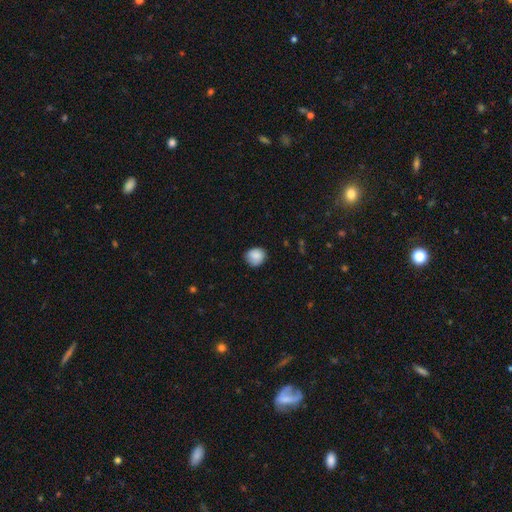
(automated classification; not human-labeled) Smooth or featured?
  - smooth: 86% *
  - star or artifact: 8%
  - featured or disk: 6%
How rounded?
  - round: 78% *
  - in between: 21%
  - cigar-shaped: 1%
Merging?
  - none: 79% *
  - minor disturbance: 17%
  - major disturbance: 3%
  - merger: 1%